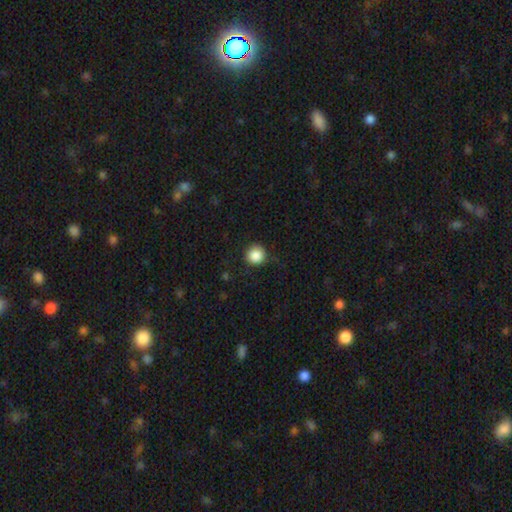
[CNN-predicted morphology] Smooth or featured?
  - smooth: 87% *
  - star or artifact: 9%
  - featured or disk: 4%
How rounded?
  - round: 93% *
  - in between: 6%
  - cigar-shaped: 1%
Merging?
  - none: 83% *
  - minor disturbance: 13%
  - major disturbance: 3%
  - merger: 1%